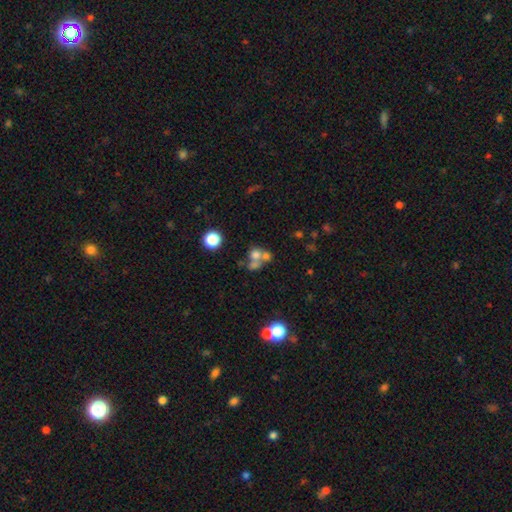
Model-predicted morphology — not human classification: smooth_or_featured: smooth (p=0.61) [alt: featured or disk p=0.21]
how_rounded: round (p=0.79) [alt: in between p=0.20]
merging: merger (p=0.56) [alt: none p=0.31]